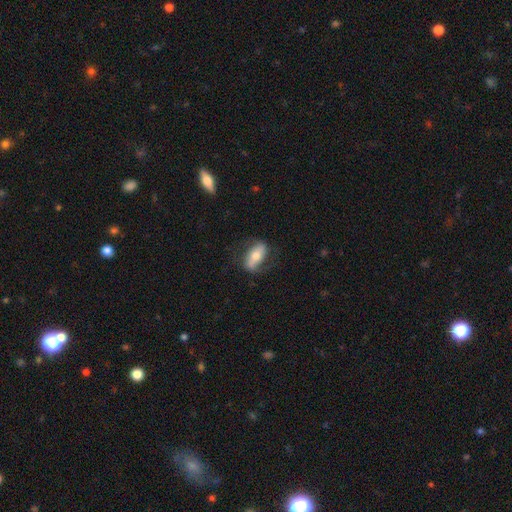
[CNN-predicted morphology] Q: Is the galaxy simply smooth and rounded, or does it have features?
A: featured or disk — 48%.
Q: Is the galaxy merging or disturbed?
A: none — 68%.